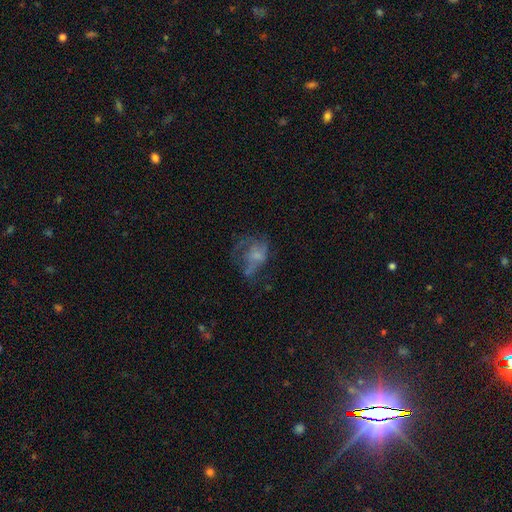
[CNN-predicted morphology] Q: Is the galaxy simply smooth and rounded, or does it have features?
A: featured or disk — 47%.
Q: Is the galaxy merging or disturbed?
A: major disturbance — 43%.